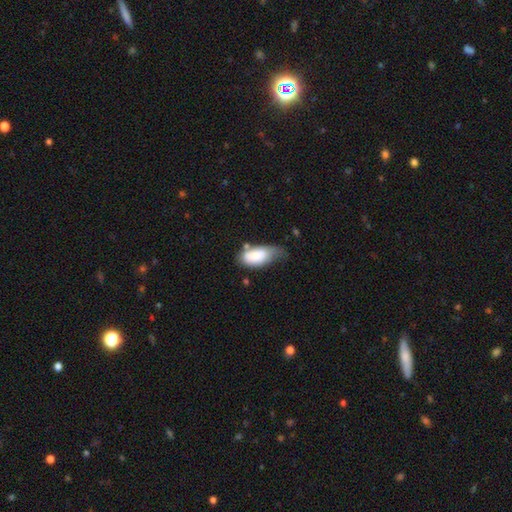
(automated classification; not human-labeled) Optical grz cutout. It shows a smooth galaxy with no disk features (78%) that is in between round and cigar-shaped (91%). Merging: minor disturbance (42%).